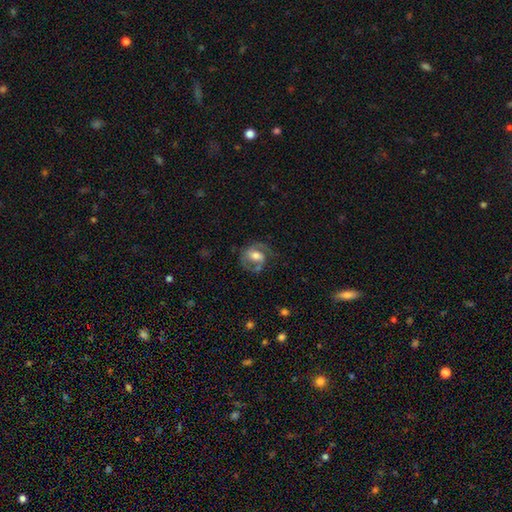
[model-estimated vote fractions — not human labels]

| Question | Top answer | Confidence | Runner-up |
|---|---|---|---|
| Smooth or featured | featured or disk | 70% | smooth (23%) |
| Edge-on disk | no | 97% | yes (3%) |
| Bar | weak | 42% | no (36%) |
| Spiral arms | yes | 85% | no (15%) |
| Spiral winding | medium | 50% | tight (30%) |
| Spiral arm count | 2 | 76% | 1 (13%) |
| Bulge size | moderate | 62% | large (17%) |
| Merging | none | 60% | minor disturbance (21%) |